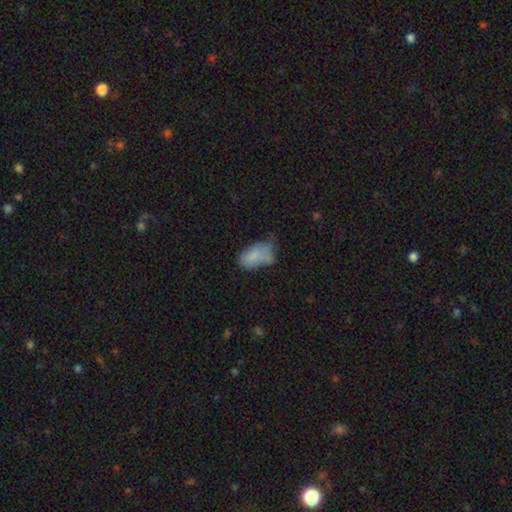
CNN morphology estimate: Smooth or featured?
  - smooth: 77% *
  - featured or disk: 14%
  - star or artifact: 9%
How rounded?
  - in between: 92% *
  - round: 6%
  - cigar-shaped: 2%
Merging?
  - none: 37% * (tied)
  - minor disturbance: 37% * (tied)
  - major disturbance: 17%
  - merger: 10%